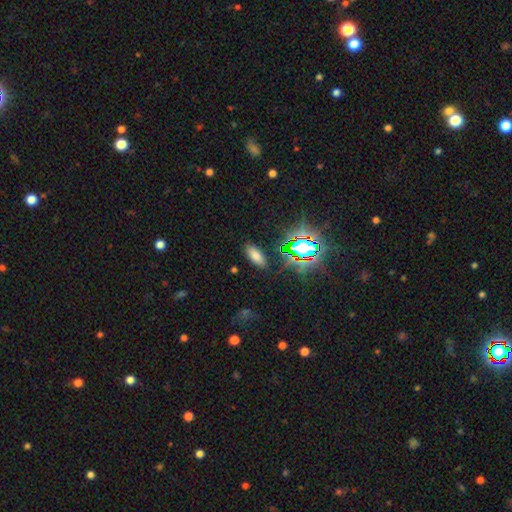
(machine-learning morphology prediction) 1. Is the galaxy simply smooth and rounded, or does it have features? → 68% smooth, 23% star or artifact, 8% featured or disk.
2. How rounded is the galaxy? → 83% in between, 14% cigar-shaped, 4% round.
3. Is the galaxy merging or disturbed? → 86% none, 9% minor disturbance, 3% major disturbance, 2% merger.